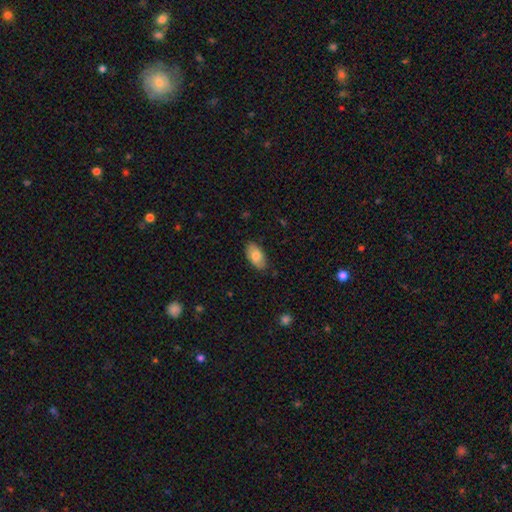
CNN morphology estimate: Q: Smooth or featured?
A: smooth (77%); runner-up: featured or disk (17%)
Q: How rounded?
A: in between (94%); runner-up: round (3%)
Q: Merging?
A: none (83%); runner-up: minor disturbance (14%)